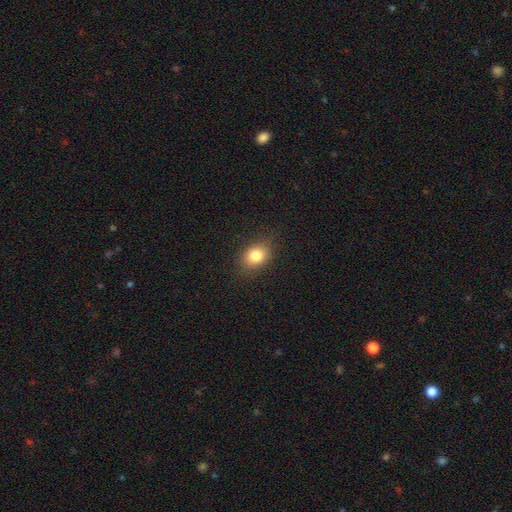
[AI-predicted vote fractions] smooth_or_featured: smooth (p=0.82) [alt: star or artifact p=0.10]
how_rounded: in between (p=0.60) [alt: round p=0.39]
merging: none (p=0.84) [alt: minor disturbance p=0.12]